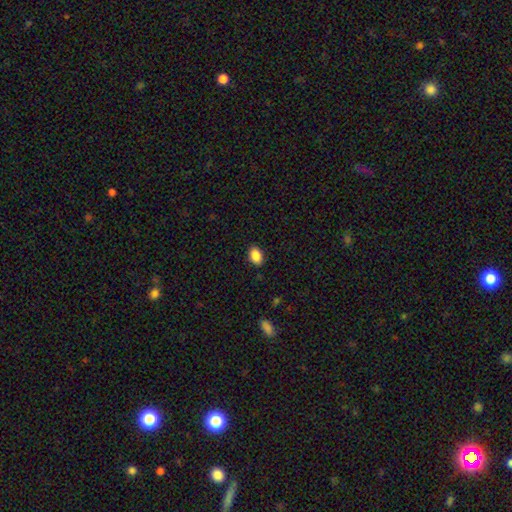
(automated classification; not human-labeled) Smooth or featured?
  - smooth: 88% *
  - star or artifact: 8%
  - featured or disk: 4%
How rounded?
  - in between: 85% *
  - round: 14%
  - cigar-shaped: 1%
Merging?
  - none: 87% *
  - minor disturbance: 10%
  - major disturbance: 2%
  - merger: 1%